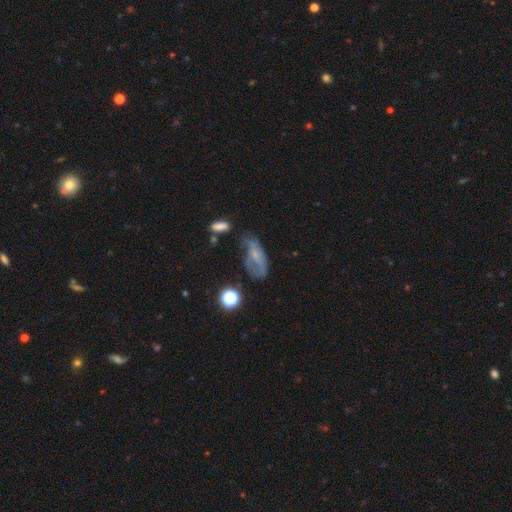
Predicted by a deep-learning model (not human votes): Smooth or featured? featured or disk (47%)
Merging? none (34%)